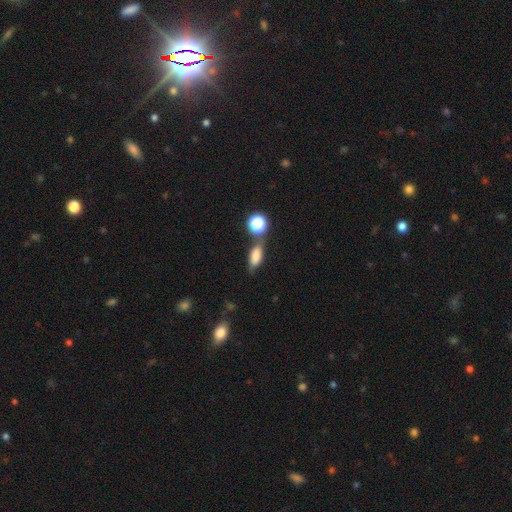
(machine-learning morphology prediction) smooth 77%, featured or disk 12%, star or artifact 11%. Down the decision tree: how rounded — in between (77%); merging — none (56%).